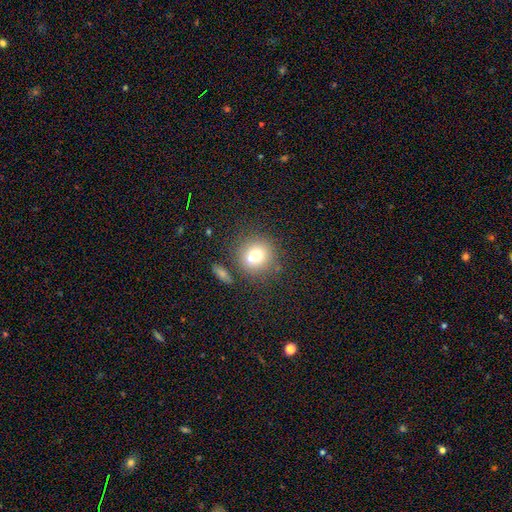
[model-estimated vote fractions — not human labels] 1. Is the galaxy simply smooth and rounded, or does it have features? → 71% smooth, 17% featured or disk, 12% star or artifact.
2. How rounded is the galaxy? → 88% round, 11% in between, 1% cigar-shaped.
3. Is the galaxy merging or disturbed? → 62% none, 23% merger, 11% minor disturbance, 4% major disturbance.